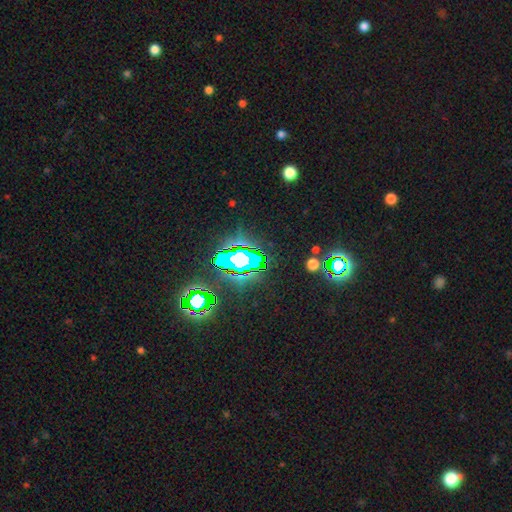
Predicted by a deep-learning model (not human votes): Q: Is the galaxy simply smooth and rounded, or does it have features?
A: star or artifact — 81%.